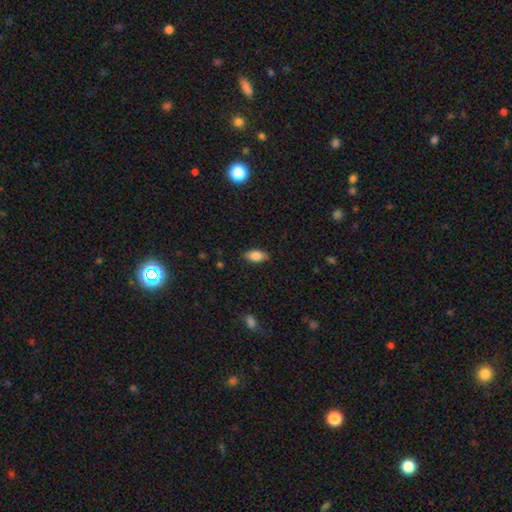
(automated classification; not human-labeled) smooth-or-featured: smooth: 86% | star or artifact: 7% | featured or disk: 7%
  how-rounded: in between: 91% | cigar-shaped: 6% | round: 3%
  merging: none: 84% | minor disturbance: 12% | major disturbance: 3% | merger: 1%